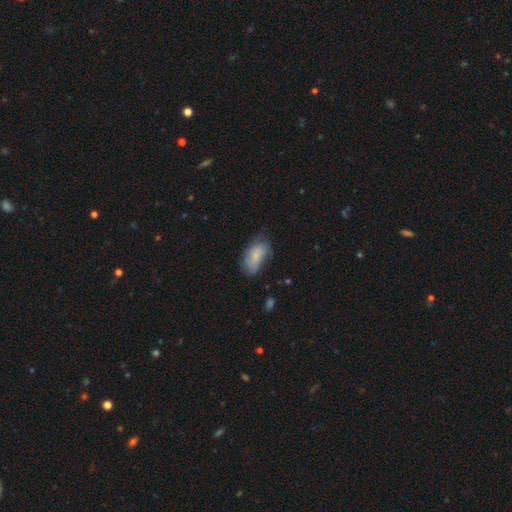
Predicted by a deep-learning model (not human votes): This appears to be a smooth galaxy with no disk features (61%) that is in between round and cigar-shaped (91%). Merging: none (48%).